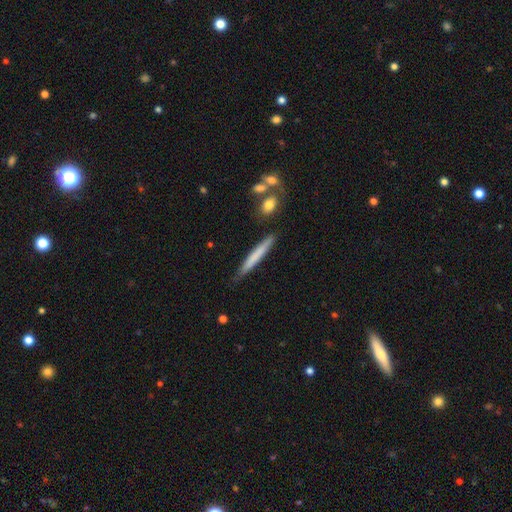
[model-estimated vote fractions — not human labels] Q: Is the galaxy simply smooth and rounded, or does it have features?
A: smooth — 67%.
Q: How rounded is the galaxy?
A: cigar-shaped — 96%.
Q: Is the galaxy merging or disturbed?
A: none — 84%.